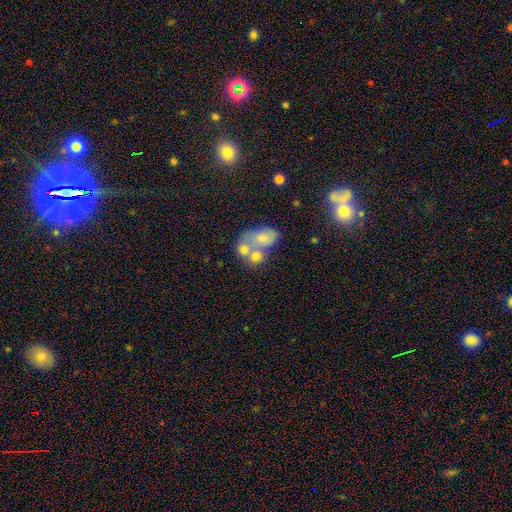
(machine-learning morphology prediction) smooth_or_featured: smooth (p=0.55) [alt: featured or disk p=0.34]
how_rounded: in between (p=0.68) [alt: round p=0.30]
merging: merger (p=0.62) [alt: none p=0.20]